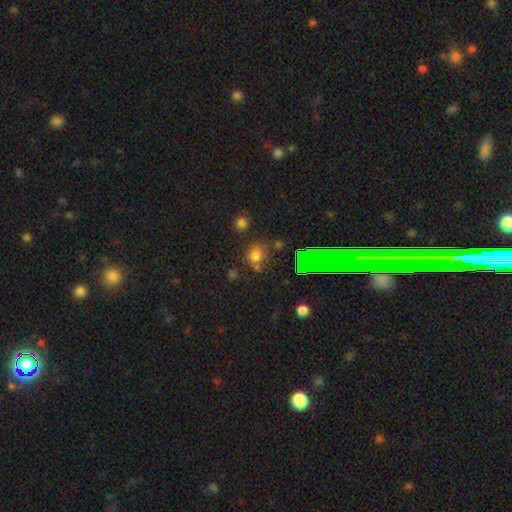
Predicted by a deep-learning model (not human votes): Smooth or featured? Predicted: smooth (p=0.62). How rounded? Predicted: round (p=0.64). Merging? Predicted: none (p=0.69).